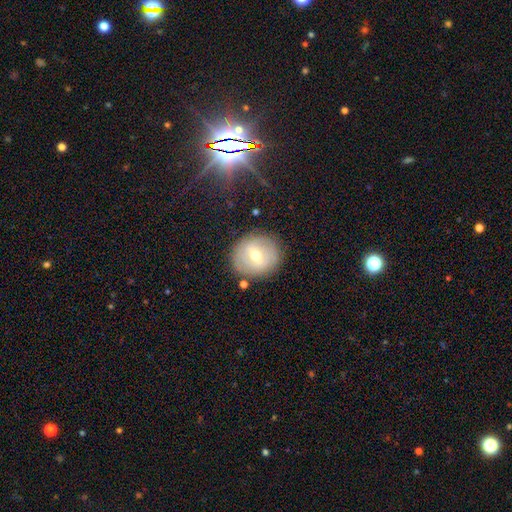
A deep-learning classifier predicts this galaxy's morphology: The model was most divided on "spiral arms": yes: 60%, no: 40%. More confident: edge-on disk — no (95%); merging — none (83%); bulge size — moderate (67%); smooth or featured — featured or disk (61%); bar — weak (55%).